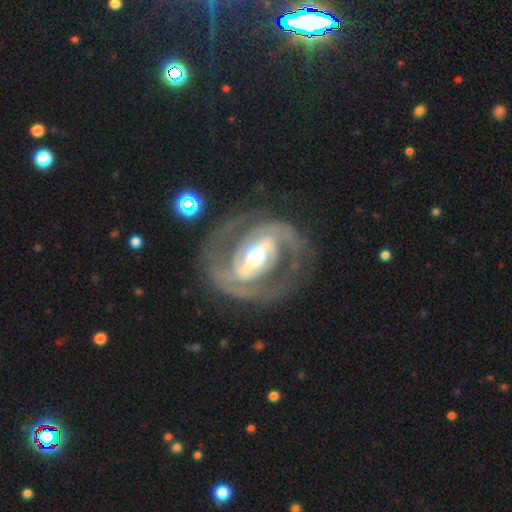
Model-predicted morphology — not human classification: Smooth or featured: featured or disk — 89% (smooth — 6%)
Edge-on disk: no — 96% (yes — 4%)
Bar: strong — 66% (weak — 23%)
Spiral arms: yes — 93% (no — 7%)
Spiral winding: medium — 47% (tight — 41%)
Spiral arm count: 2 — 87% (can't tell — 4%)
Bulge size: moderate — 63% (large — 23%)
Merging: none — 77% (minor disturbance — 12%)